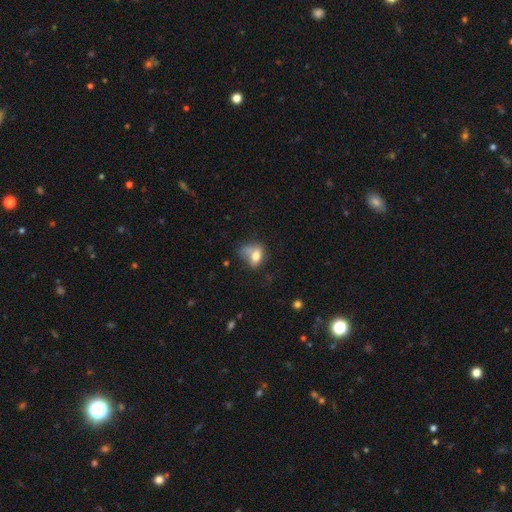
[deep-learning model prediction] A smooth galaxy with no disk features (72%) that is in between round and cigar-shaped (75%).

Vote fractions:
- Smooth or featured? smooth: 72% / featured or disk: 18% / star or artifact: 10%
- How rounded? in between: 75% / round: 23% / cigar-shaped: 2%
- Merging? minor disturbance: 29% / major disturbance: 28% / none: 27% / merger: 16%